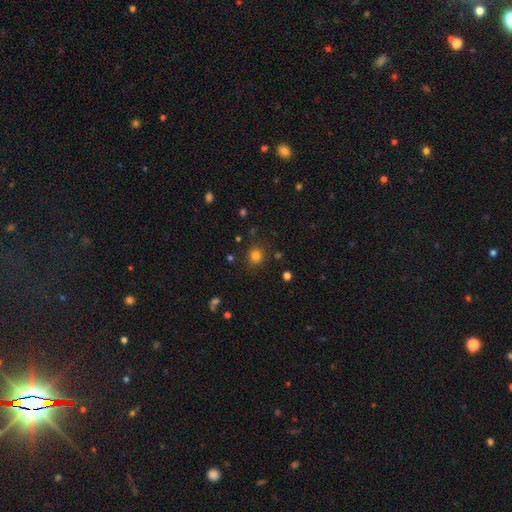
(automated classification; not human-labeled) Overall: smooth (80%). How rounded: round (85%). Merging: none (86%).